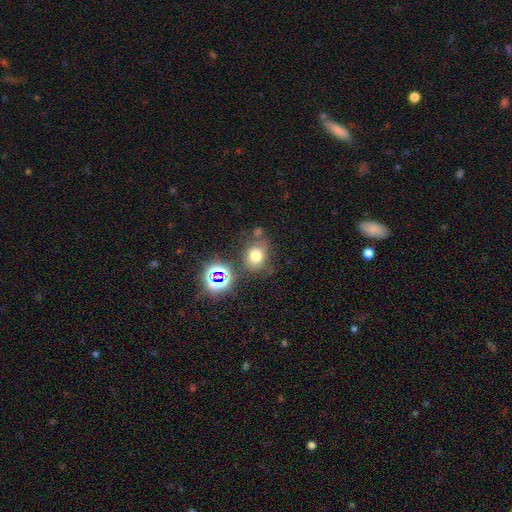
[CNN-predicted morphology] The model was most divided on "how rounded": round: 64%, in between: 35%, cigar-shaped: 1%. More confident: merging — none (70%); smooth or featured — smooth (68%).